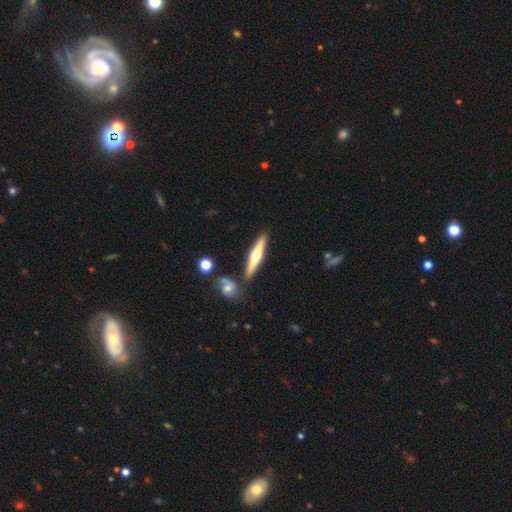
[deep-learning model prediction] Smooth or featured? Predicted: featured or disk (p=0.57). Edge-on disk? Predicted: yes (p=0.95). Edge-on bulge? Predicted: rounded (p=0.88). Merging? Predicted: none (p=0.81).